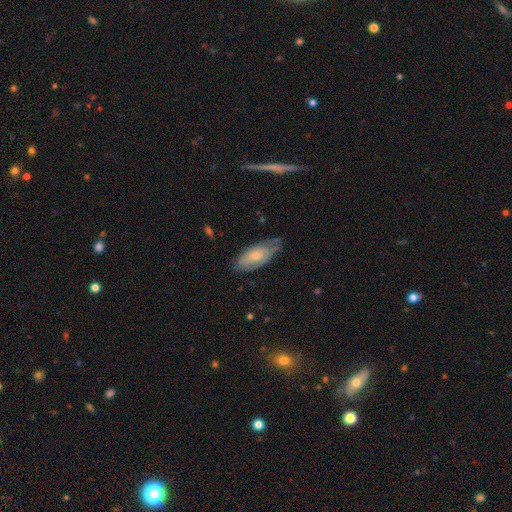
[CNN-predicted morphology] smooth-or-featured: smooth: 48% | featured or disk: 45% | star or artifact: 7%
  merging: none: 57% | minor disturbance: 32% | major disturbance: 9% | merger: 2%